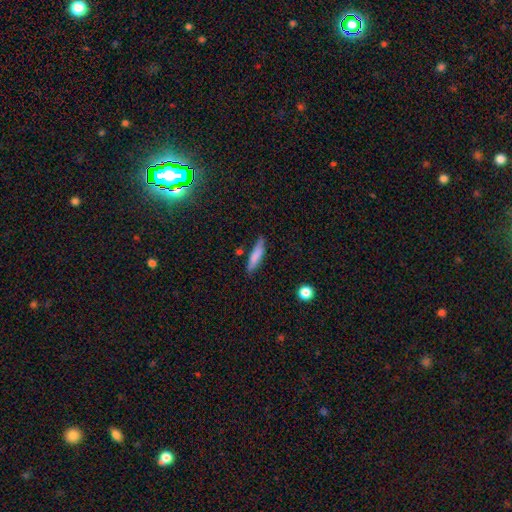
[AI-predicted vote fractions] This appears to be a smooth galaxy with no disk features (78%) that is cigar-shaped (79%). Merging: none (76%).